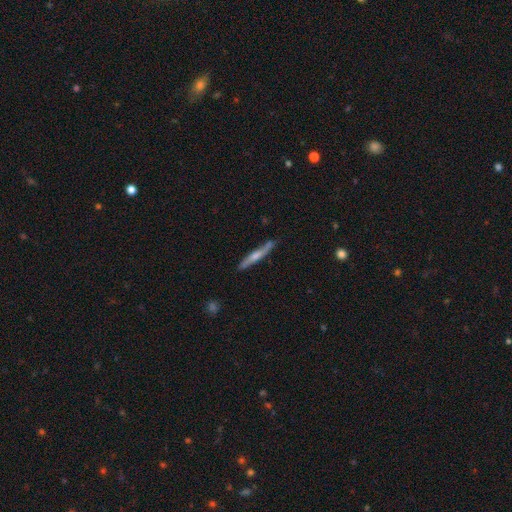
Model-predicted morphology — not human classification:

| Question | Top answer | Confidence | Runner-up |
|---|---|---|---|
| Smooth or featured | featured or disk | 53% | smooth (41%) |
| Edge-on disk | yes | 93% | no (7%) |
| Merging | none | 80% | minor disturbance (15%) |